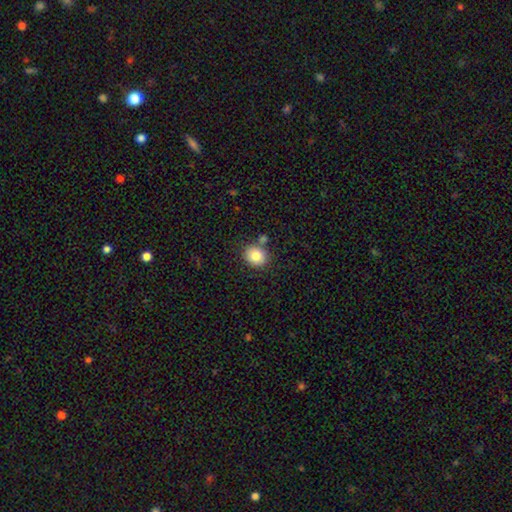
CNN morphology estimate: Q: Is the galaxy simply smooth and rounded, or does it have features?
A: smooth — 83%.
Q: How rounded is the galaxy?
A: round — 74%.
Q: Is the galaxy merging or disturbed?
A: none — 76%.